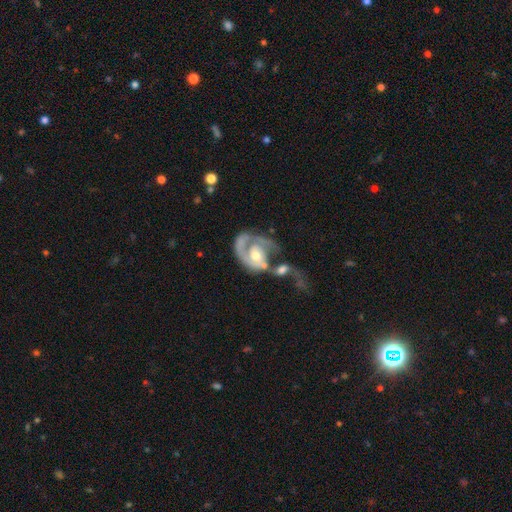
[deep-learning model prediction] featured or disk 83%, smooth 12%, star or artifact 5%. Down the decision tree: edge-on disk — no (97%); bar — no (69%); spiral arms — yes (87%); spiral arm count — 1 (46%); spiral winding — tight (43%); bulge size — moderate (68%); merging — merger (48%).